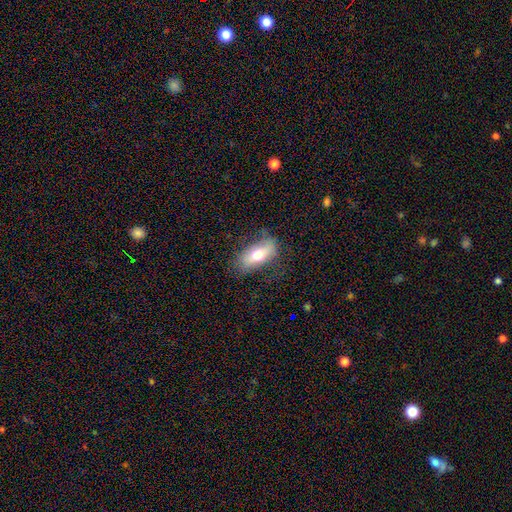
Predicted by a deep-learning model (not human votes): Smooth or featured: smooth — 65% (featured or disk — 28%)
How rounded: in between — 82% (cigar-shaped — 15%)
Merging: none — 69% (minor disturbance — 21%)